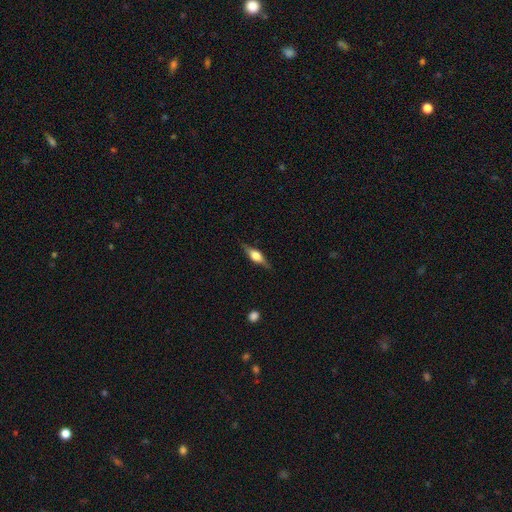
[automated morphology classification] A featured or disk galaxy (64%) viewed edge-on (95%) with a rounded central bulge (88%).

Vote fractions:
- Smooth or featured? featured or disk: 64% / smooth: 29% / star or artifact: 7%
- Edge-on disk? yes: 95% / no: 5%
- Edge-on bulge? rounded: 88% / boxy: 11% / none: 2%
- Merging? none: 84% / minor disturbance: 12% / major disturbance: 3% / merger: 1%